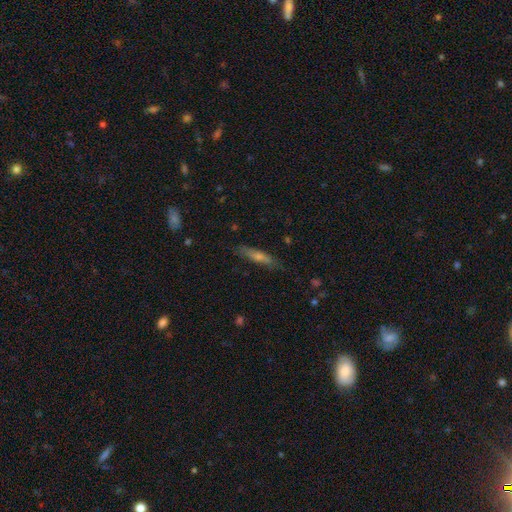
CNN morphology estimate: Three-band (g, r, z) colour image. It shows a featured or disk galaxy (49%). Merging: none (83%).